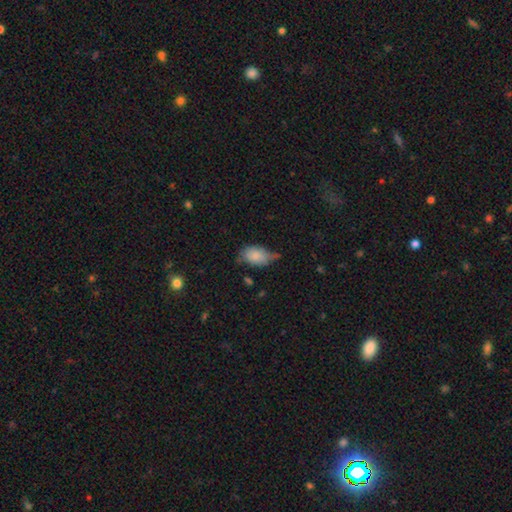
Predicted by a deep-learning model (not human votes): The model was most divided on "merging": minor disturbance: 45%, none: 34%, major disturbance: 15%, merger: 5%. More confident: how rounded — in between (89%); smooth or featured — smooth (78%).